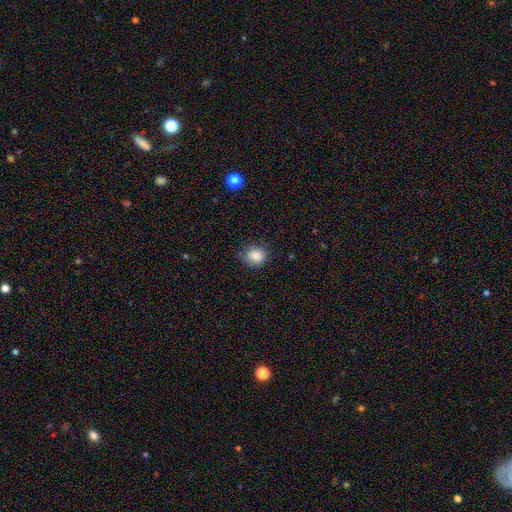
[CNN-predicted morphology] A smooth galaxy with no disk features (86%) that is round (70%). Merging: none (77%).